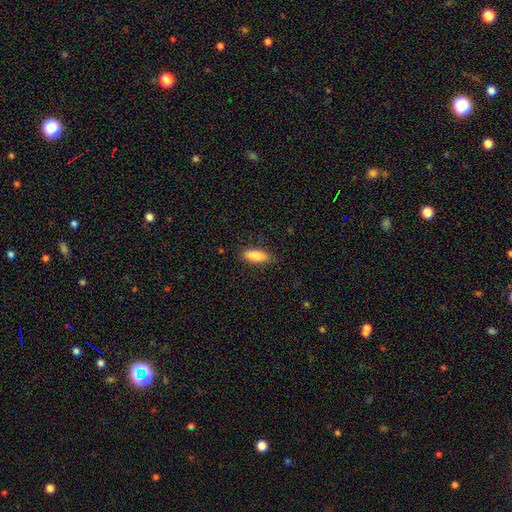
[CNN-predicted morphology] Overall: smooth (86%). How rounded: in between (70%). Merging: none (84%).